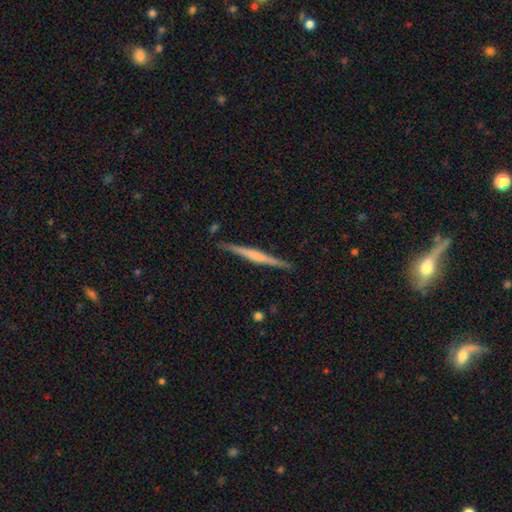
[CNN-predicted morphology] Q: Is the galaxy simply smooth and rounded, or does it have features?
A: featured or disk — 64%.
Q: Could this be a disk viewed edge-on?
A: yes — 98%.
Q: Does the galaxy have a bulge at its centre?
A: none — 41%.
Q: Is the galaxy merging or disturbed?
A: none — 89%.